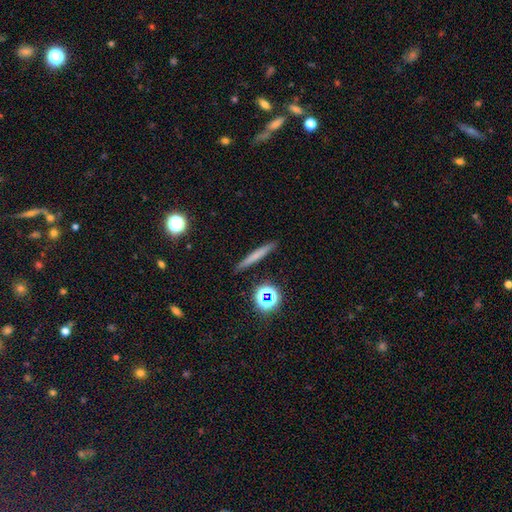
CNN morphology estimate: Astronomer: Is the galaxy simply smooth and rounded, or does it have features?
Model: smooth — 62%.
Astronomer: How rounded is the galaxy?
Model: cigar-shaped — 93%.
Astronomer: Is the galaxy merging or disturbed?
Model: none — 90%.